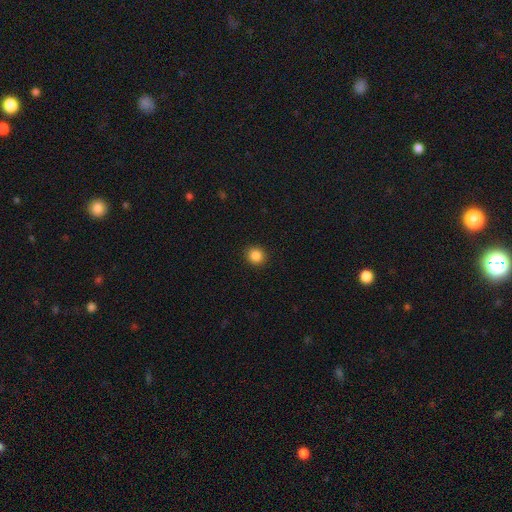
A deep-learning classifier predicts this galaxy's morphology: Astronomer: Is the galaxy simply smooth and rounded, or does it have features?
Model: smooth — 86%.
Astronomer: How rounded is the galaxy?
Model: round — 88%.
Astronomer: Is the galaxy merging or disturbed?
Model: none — 92%.